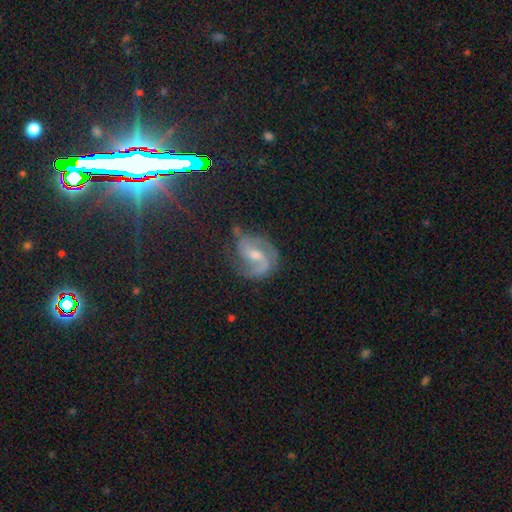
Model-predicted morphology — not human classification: Overall: featured or disk (81%). Edge-on disk: no (98%). Bar: weak (51%; no 31%). Spiral arms: yes (96%). Spiral arm count: 2 (78%). Spiral winding: medium (52%; tight 24%). Bulge size: moderate (48%; small 45%). Merging: none (64%).